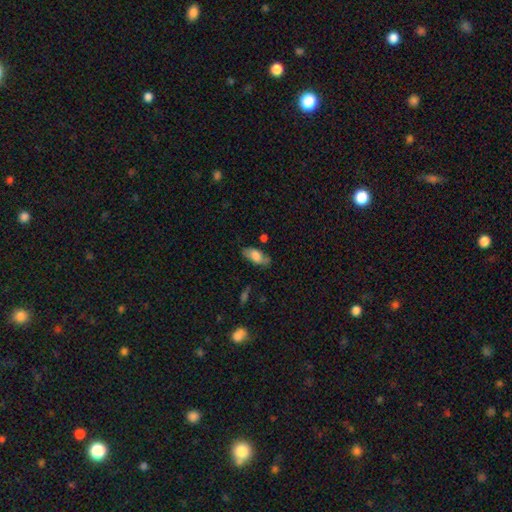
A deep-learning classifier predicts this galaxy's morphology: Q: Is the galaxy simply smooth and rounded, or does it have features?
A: smooth — 72%.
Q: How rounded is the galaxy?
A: in between — 86%.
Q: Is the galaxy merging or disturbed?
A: none — 71%.